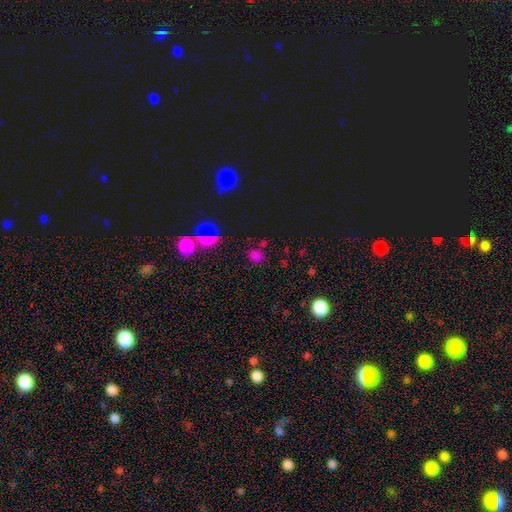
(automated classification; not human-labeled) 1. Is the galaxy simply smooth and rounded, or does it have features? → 57% smooth, 37% star or artifact, 5% featured or disk.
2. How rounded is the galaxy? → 70% round, 28% in between, 2% cigar-shaped.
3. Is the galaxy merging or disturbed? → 79% none, 11% minor disturbance, 6% merger, 4% major disturbance.